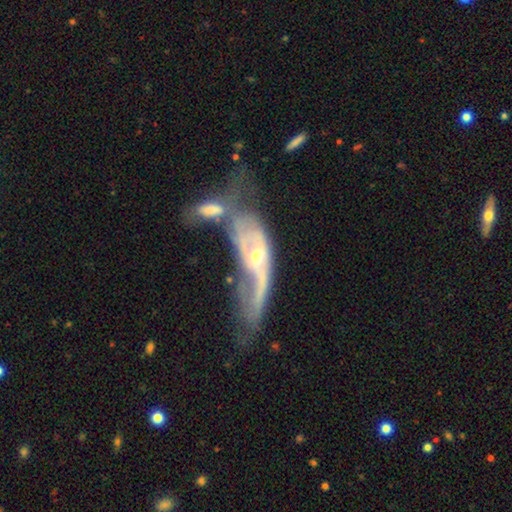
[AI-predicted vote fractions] Smooth or featured: featured or disk — 76% (smooth — 17%)
Edge-on disk: no — 79% (yes — 21%)
Bar: no — 63% (weak — 27%)
Spiral arms: yes — 74% (no — 26%)
Bulge size: moderate — 53% (small — 41%)
Merging: merger — 52% (major disturbance — 21%)